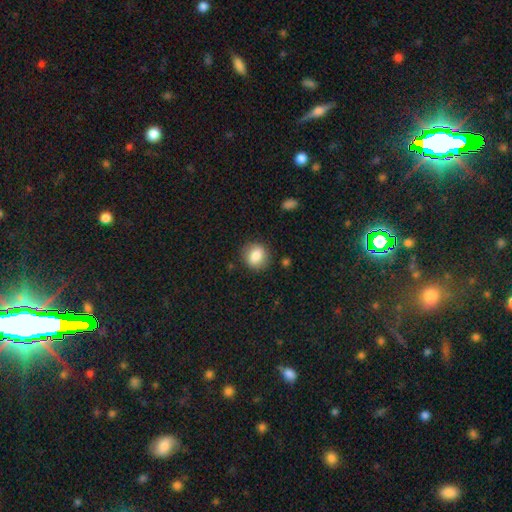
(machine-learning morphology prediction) type=smooth (82%); roundness=round (72%); merging=none (84%).